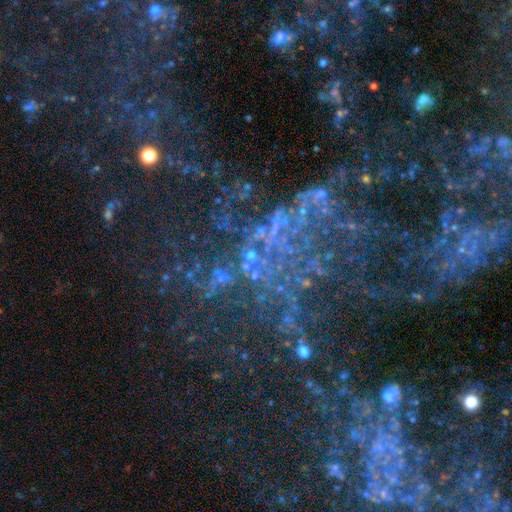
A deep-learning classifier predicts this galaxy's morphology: A star or artifact, not a galaxy (67%).